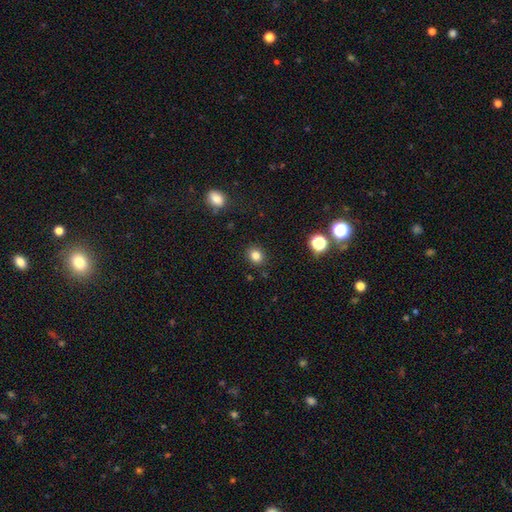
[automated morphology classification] Smooth or featured: smooth — 81% (star or artifact — 13%)
How rounded: round — 70% (in between — 29%)
Merging: none — 88% (minor disturbance — 8%)